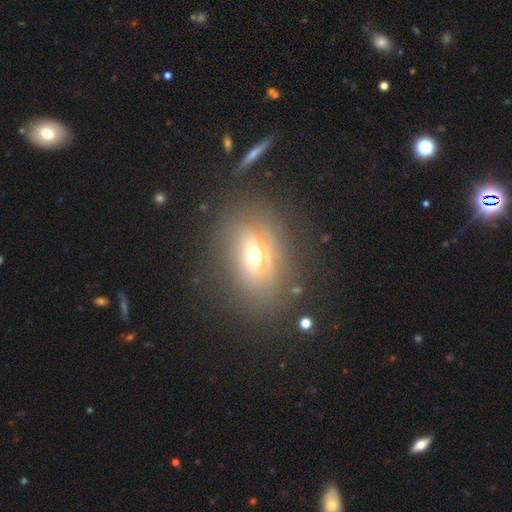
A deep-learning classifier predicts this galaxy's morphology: Overall: smooth (50%; featured or disk 35%). Merging: none (69%).